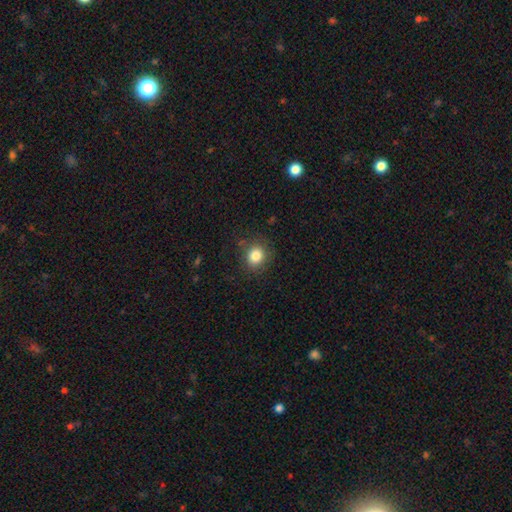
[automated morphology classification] This appears to be a smooth galaxy with no disk features (83%) that is round (78%). Merging: none (81%).